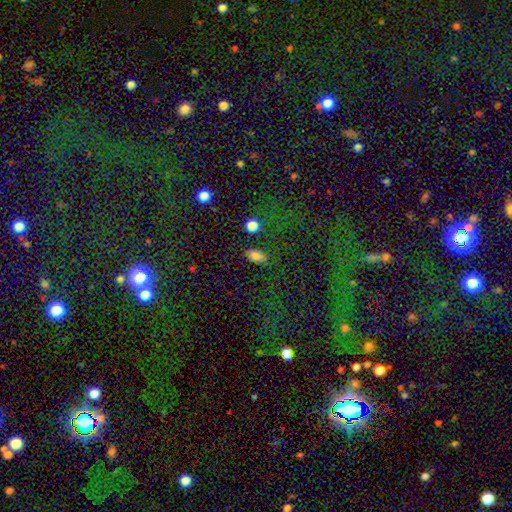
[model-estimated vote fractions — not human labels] Overall: smooth (83%). How rounded: in between (86%). Merging: none (84%).